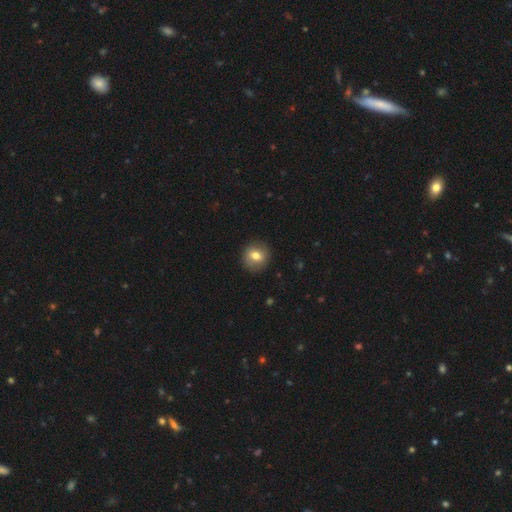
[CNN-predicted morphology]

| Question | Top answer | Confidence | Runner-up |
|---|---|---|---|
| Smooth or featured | smooth | 73% | featured or disk (18%) |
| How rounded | round | 86% | in between (13%) |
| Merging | none | 89% | minor disturbance (8%) |